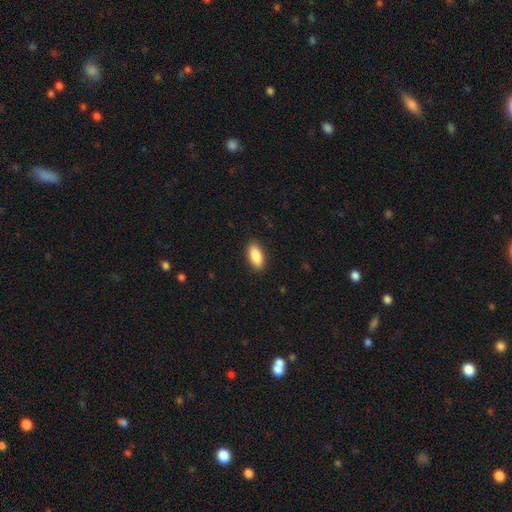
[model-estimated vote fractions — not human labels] Morphology: type=smooth (88%); roundness=in between (87%); merging=none (89%).